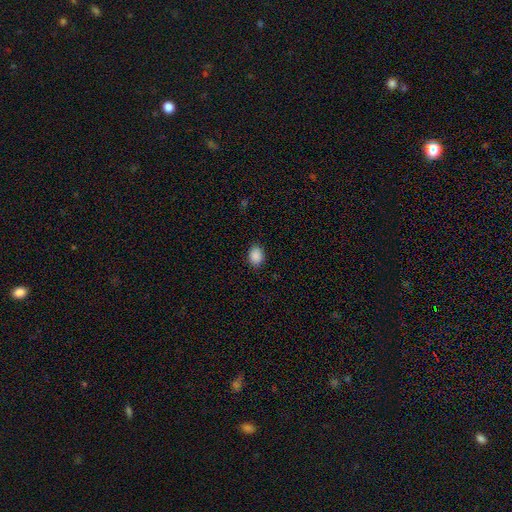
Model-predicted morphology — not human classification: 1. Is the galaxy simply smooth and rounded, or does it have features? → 89% smooth, 8% star or artifact, 3% featured or disk.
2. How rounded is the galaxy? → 72% in between, 27% round, 1% cigar-shaped.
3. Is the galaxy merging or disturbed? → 88% none, 9% minor disturbance, 2% major disturbance, 1% merger.